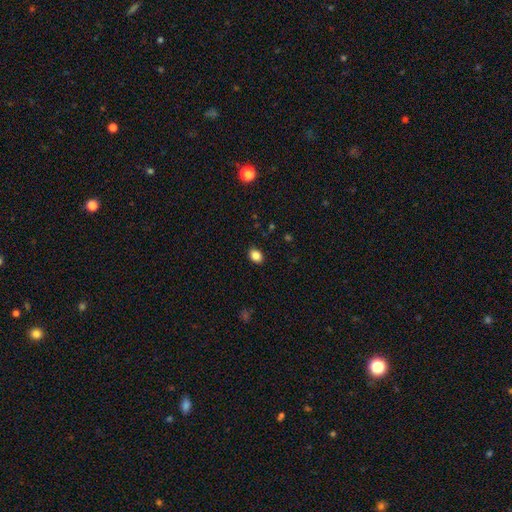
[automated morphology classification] A smooth galaxy with no disk features (85%) that is in between round and cigar-shaped (63%). Merging: none (90%).